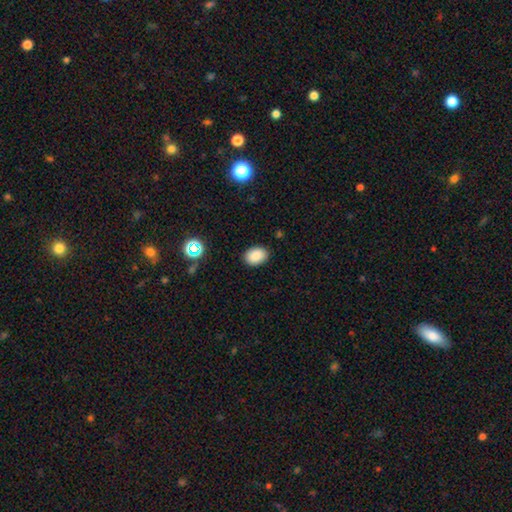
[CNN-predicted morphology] This appears to be a smooth galaxy with no disk features (86%) that is in between round and cigar-shaped (72%). Merging: none (87%).